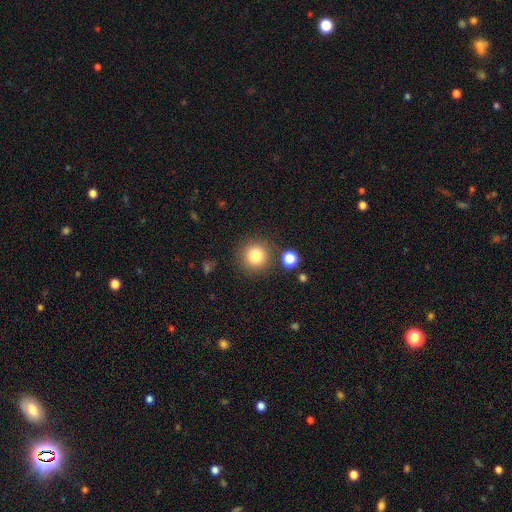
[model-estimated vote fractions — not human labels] Smooth or featured?
  - smooth: 81% *
  - star or artifact: 12%
  - featured or disk: 7%
How rounded?
  - round: 94% *
  - in between: 5%
  - cigar-shaped: 1%
Merging?
  - none: 84% *
  - minor disturbance: 8%
  - merger: 5%
  - major disturbance: 3%